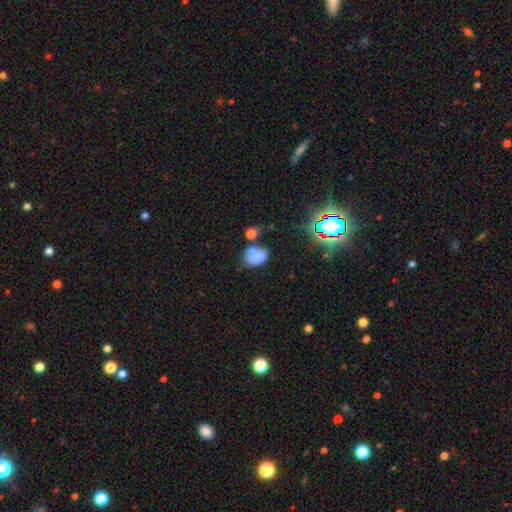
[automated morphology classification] smooth_or_featured: smooth (p=0.73) [alt: star or artifact p=0.14]
how_rounded: in between (p=0.64) [alt: round p=0.35]
merging: none (p=0.46) [alt: minor disturbance p=0.23]